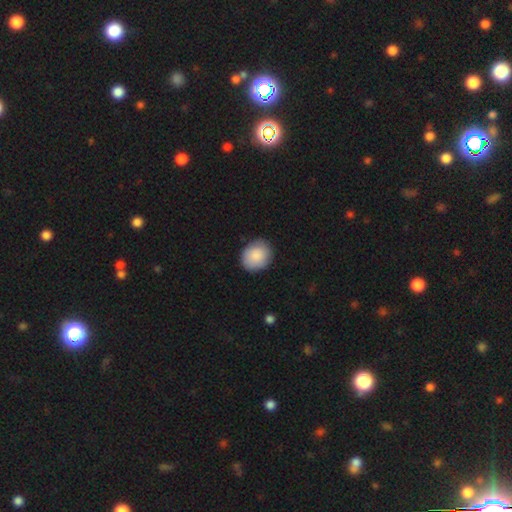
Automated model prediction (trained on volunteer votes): A smooth galaxy with no disk features (87%) that is round (64%).

Vote fractions:
- Smooth or featured? smooth: 87% / featured or disk: 7% / star or artifact: 6%
- How rounded? round: 64% / in between: 35% / cigar-shaped: 1%
- Merging? none: 84% / minor disturbance: 13% / major disturbance: 2% / merger: 1%